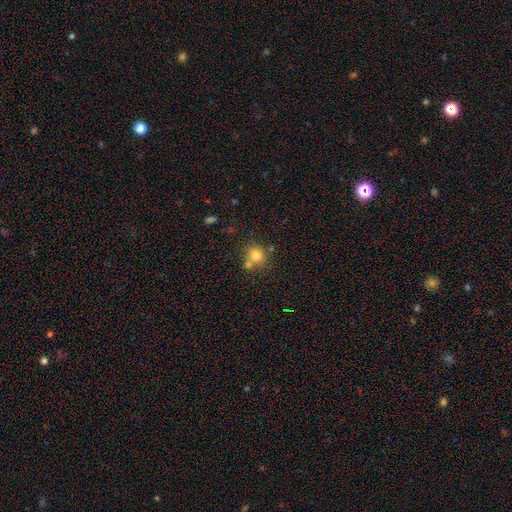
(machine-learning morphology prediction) type=smooth (77%); roundness=round (85%); merging=none (59%).